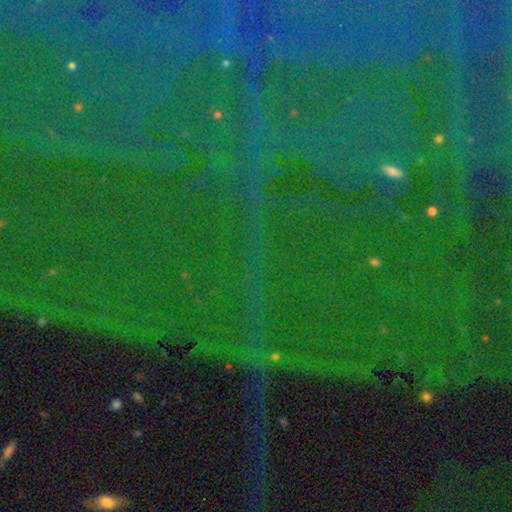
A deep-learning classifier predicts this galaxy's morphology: star or artifact 86%, featured or disk 7%, smooth 7%.